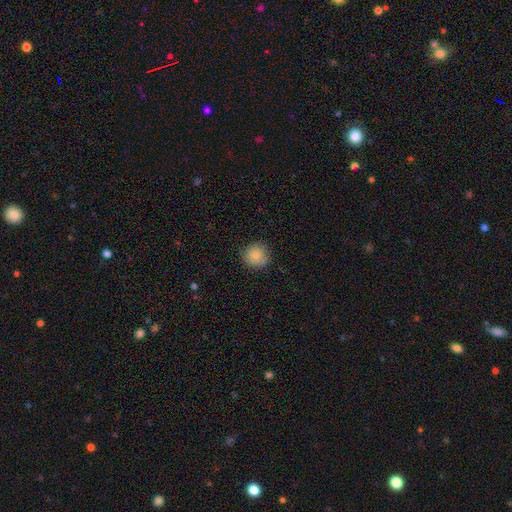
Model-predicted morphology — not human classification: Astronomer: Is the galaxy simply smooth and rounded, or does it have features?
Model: smooth — 83%.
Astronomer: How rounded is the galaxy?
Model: round — 92%.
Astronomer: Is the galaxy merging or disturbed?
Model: none — 83%.